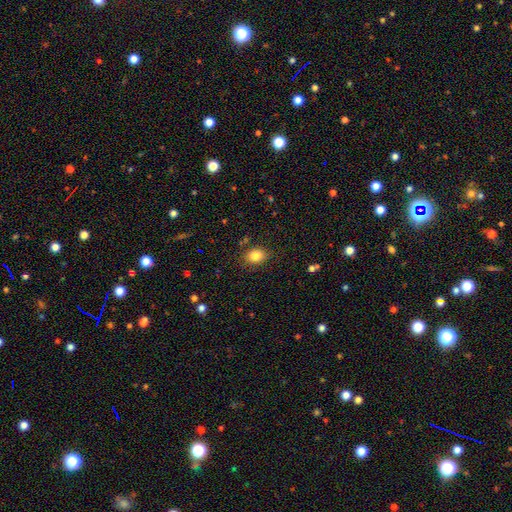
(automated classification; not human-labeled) Q: Smooth or featured?
A: smooth (83%); runner-up: star or artifact (10%)
Q: How rounded?
A: in between (55%); runner-up: round (44%)
Q: Merging?
A: none (84%); runner-up: minor disturbance (11%)